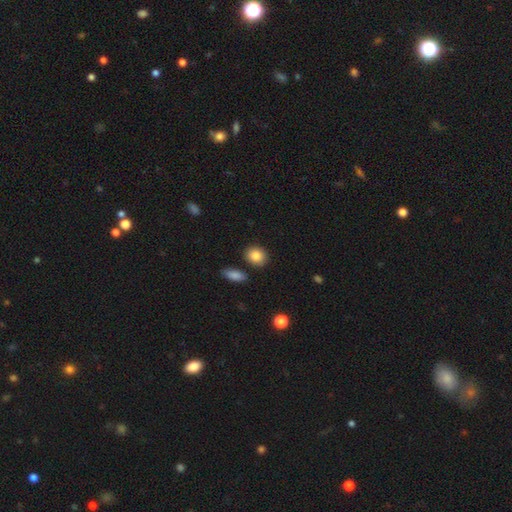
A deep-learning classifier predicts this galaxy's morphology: Smooth or featured? Predicted: smooth (p=0.87). How rounded? Predicted: round (p=0.58). Merging? Predicted: none (p=0.84).